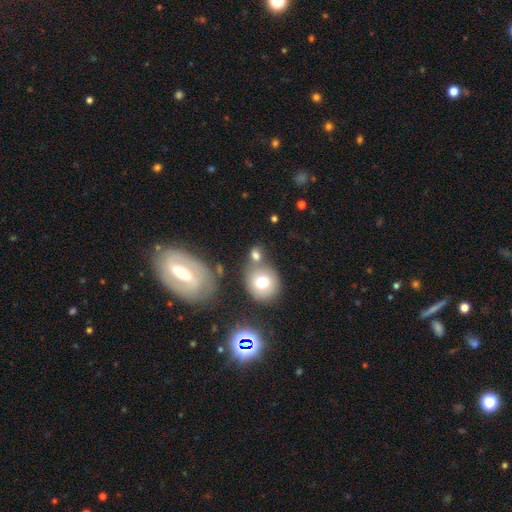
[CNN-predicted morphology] The model was most divided on "merging": none: 51%, merger: 28%, minor disturbance: 14%, major disturbance: 8%. More confident: smooth or featured — smooth (71%); how rounded — round (67%).